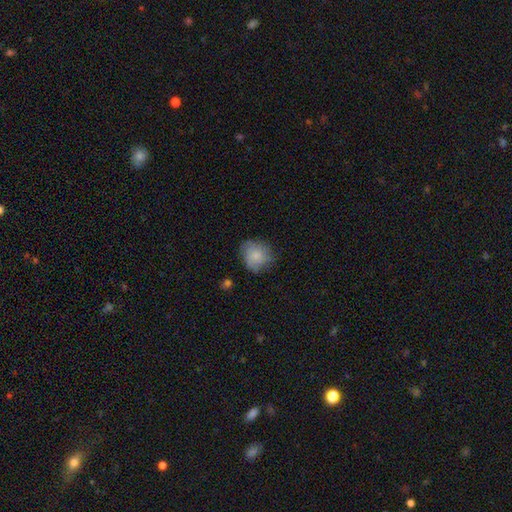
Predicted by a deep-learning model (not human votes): smooth_or_featured: smooth (p=0.80) [alt: featured or disk p=0.12]
how_rounded: round (p=0.75) [alt: in between p=0.24]
merging: none (p=0.66) [alt: minor disturbance p=0.25]